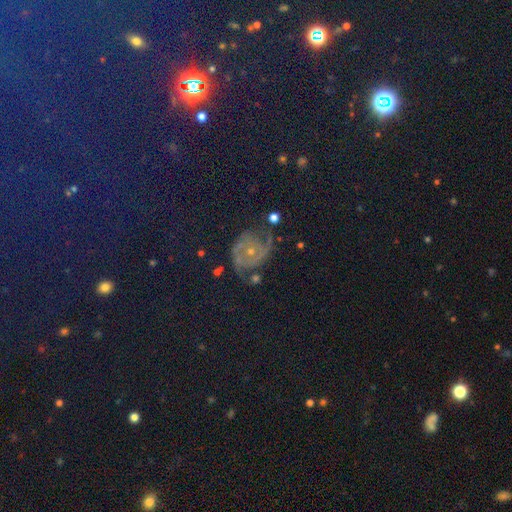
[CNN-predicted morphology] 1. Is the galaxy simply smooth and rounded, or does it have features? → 52% star or artifact, 27% featured or disk, 21% smooth.